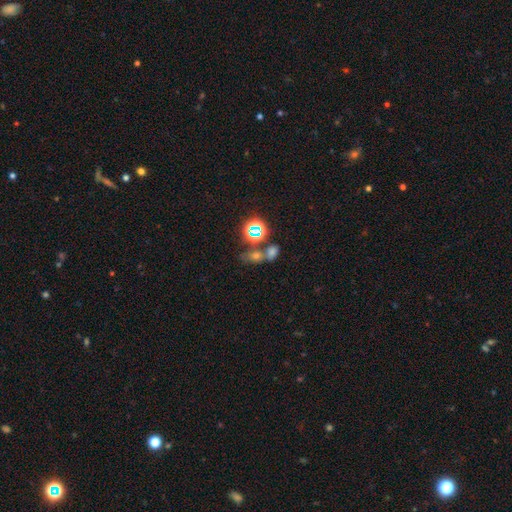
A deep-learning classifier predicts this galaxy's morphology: smooth-or-featured: smooth: 46% | star or artifact: 37% | featured or disk: 18%
  merging: none: 45% | merger: 38% | minor disturbance: 10% | major disturbance: 6%